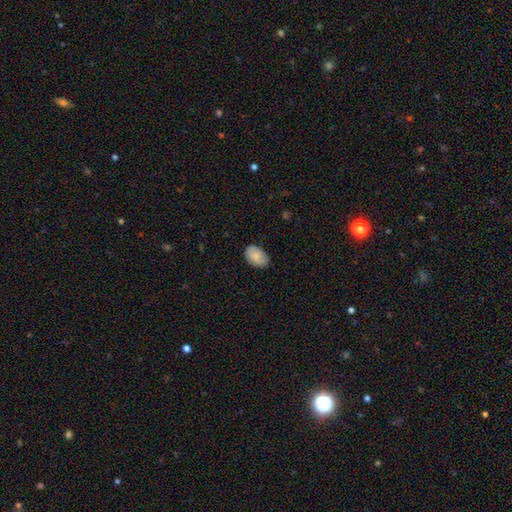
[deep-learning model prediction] This appears to be a smooth galaxy with no disk features (81%) that is in between round and cigar-shaped (88%). Merging: none (75%).